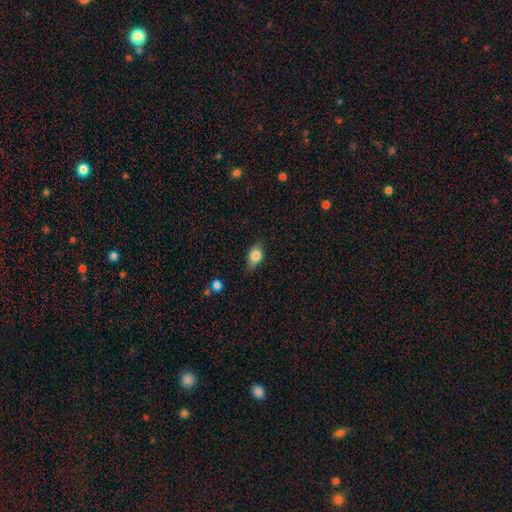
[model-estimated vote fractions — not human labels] Q: Smooth or featured?
A: smooth (81%); runner-up: featured or disk (11%)
Q: How rounded?
A: in between (80%); runner-up: round (17%)
Q: Merging?
A: none (70%); runner-up: minor disturbance (24%)